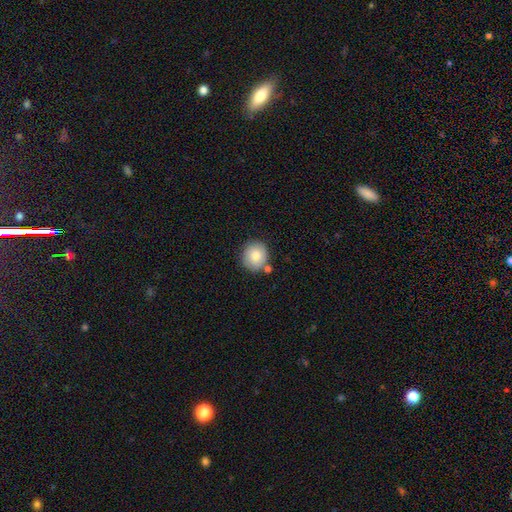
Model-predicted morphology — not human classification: Smooth or featured: smooth — 79% (featured or disk — 13%)
How rounded: round — 86% (in between — 13%)
Merging: none — 74% (minor disturbance — 12%)